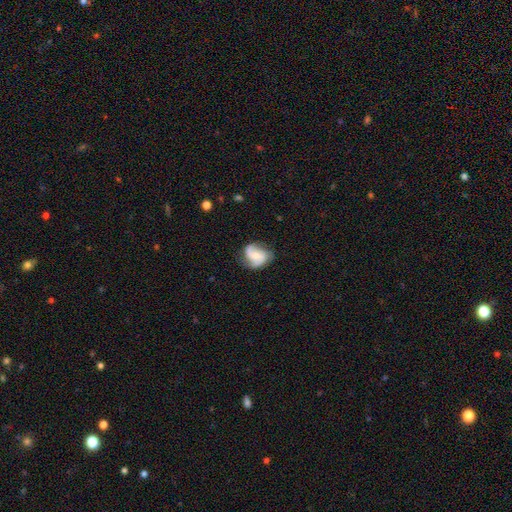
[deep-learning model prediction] Overall: featured or disk (71%). Edge-on disk: no (98%). Bar: no (54%; weak 35%). Spiral arms: yes (94%). Spiral arm count: 2 (74%). Spiral winding: medium (45%; loose 31%). Bulge size: small (50%; moderate 40%). Merging: none (65%).